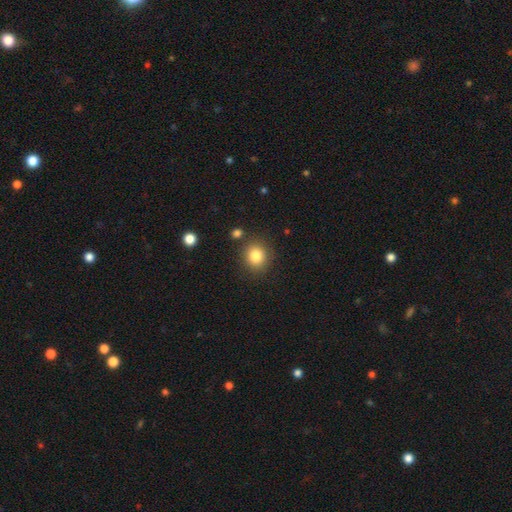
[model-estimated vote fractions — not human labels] Smooth or featured?
  - smooth: 83% *
  - star or artifact: 10%
  - featured or disk: 6%
How rounded?
  - round: 82% *
  - in between: 17%
  - cigar-shaped: 1%
Merging?
  - none: 84% *
  - minor disturbance: 9%
  - merger: 4%
  - major disturbance: 3%